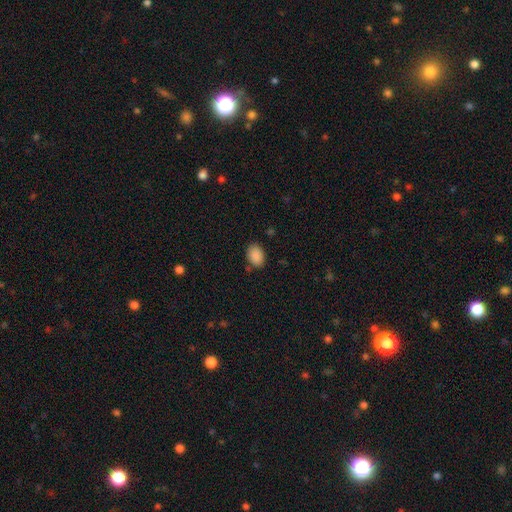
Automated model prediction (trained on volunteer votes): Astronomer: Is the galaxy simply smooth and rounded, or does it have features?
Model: smooth — 89%.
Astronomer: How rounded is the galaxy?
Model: in between — 73%.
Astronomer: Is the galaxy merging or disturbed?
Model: none — 80%.